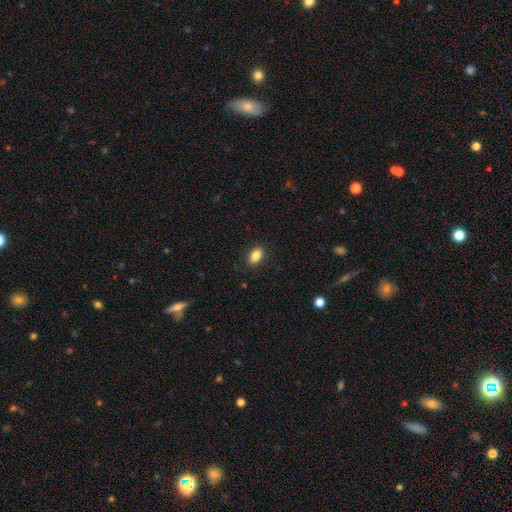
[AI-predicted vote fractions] A smooth galaxy with no disk features (87%) that is in between round and cigar-shaped (85%).

Vote fractions:
- Smooth or featured? smooth: 87% / star or artifact: 9% / featured or disk: 5%
- How rounded? in between: 85% / round: 13% / cigar-shaped: 2%
- Merging? none: 89% / minor disturbance: 8% / major disturbance: 2% / merger: 1%